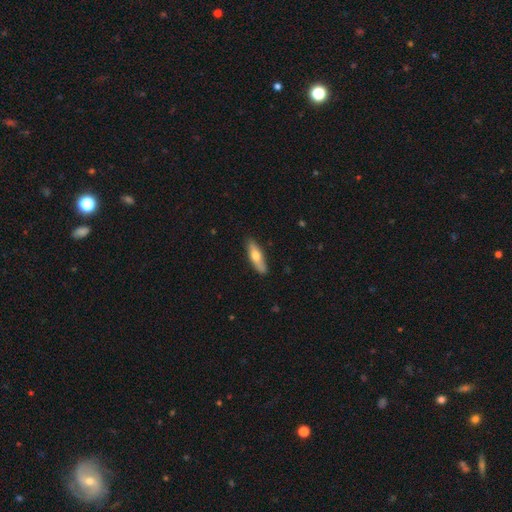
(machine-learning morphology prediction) This is likely a smooth galaxy (62%). How rounded: likely cigar-shaped (61%). Merging: clearly none (84%).